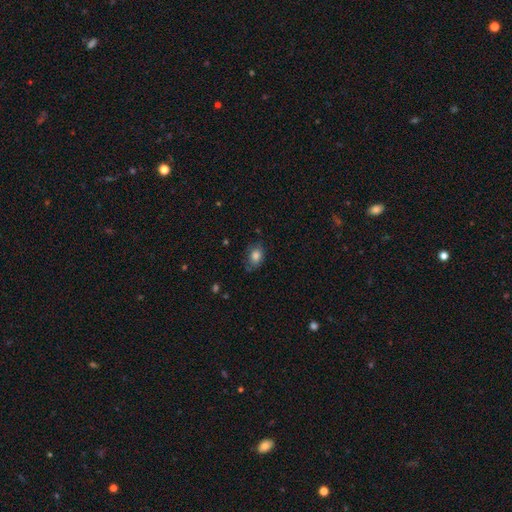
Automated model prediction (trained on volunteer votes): Smooth or featured: smooth — 80% (featured or disk — 11%)
How rounded: in between — 74% (round — 25%)
Merging: none — 67% (minor disturbance — 24%)